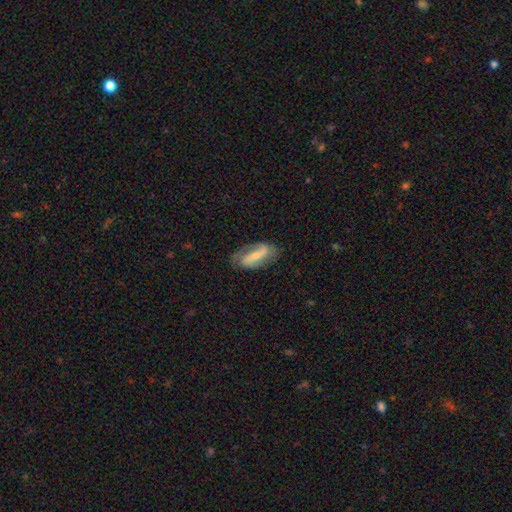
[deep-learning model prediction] This is likely a featured or disk galaxy (64%). It is clearly not viewed edge-on (92%). Bar: possibly strong (55%). Spiral arm pattern: clearly yes (82%). Central bulge: possibly small (50%). Merging: likely none (69%).